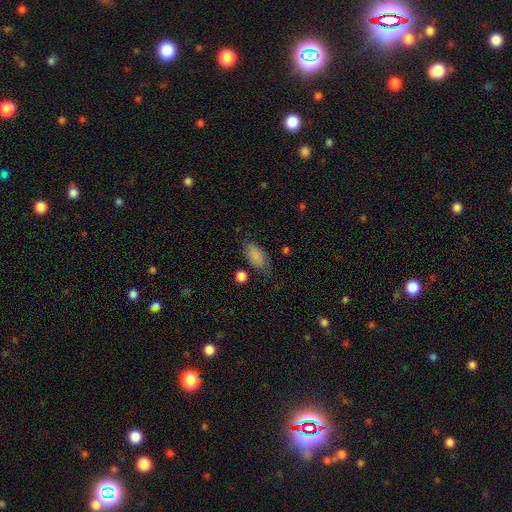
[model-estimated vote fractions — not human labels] Overall: smooth (84%). How rounded: in between (92%). Merging: none (67%).